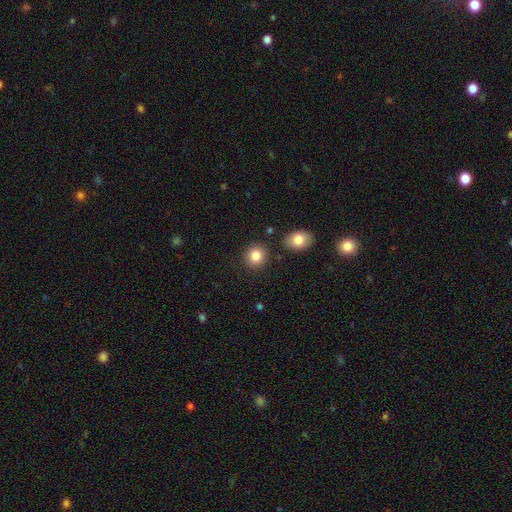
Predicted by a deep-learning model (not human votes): A smooth galaxy with no disk features (86%) that is round (81%). Merging: none (85%).